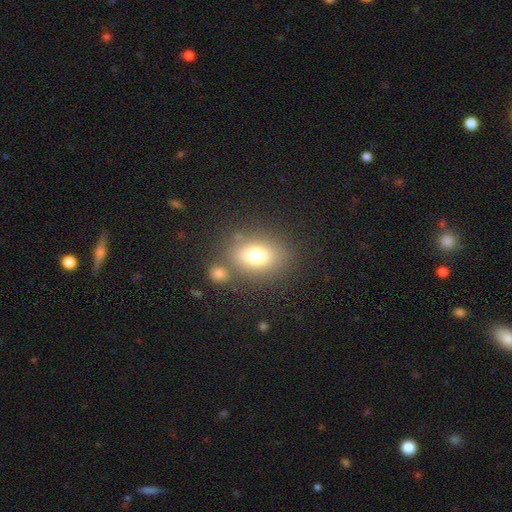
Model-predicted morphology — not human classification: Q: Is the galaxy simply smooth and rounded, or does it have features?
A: smooth — 75%.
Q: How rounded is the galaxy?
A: in between — 62%.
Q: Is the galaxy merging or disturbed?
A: none — 70%.